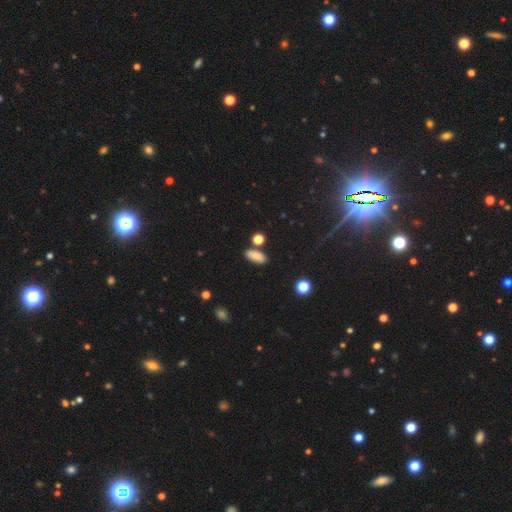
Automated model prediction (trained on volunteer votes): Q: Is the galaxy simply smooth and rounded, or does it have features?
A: smooth — 85%.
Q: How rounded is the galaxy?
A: in between — 79%.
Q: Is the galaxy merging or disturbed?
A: none — 79%.